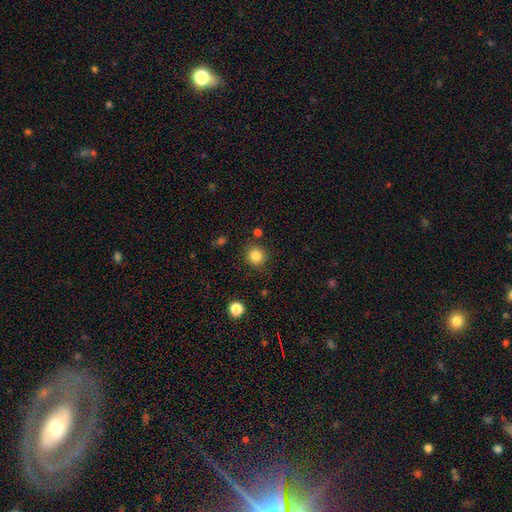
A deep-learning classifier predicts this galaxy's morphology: smooth 83%, star or artifact 12%, featured or disk 5%. Down the decision tree: how rounded — round (93%); merging — none (89%).